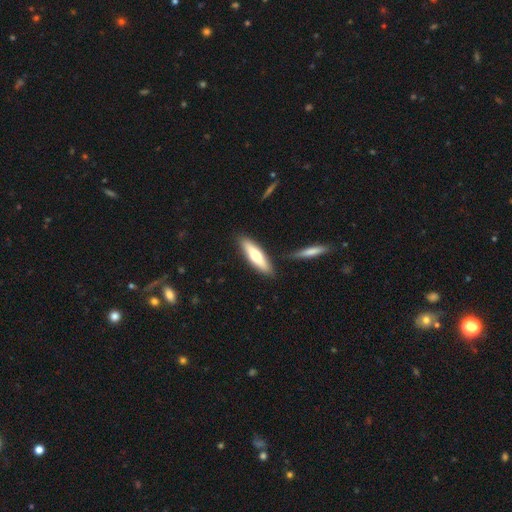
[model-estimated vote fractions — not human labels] This appears to be a smooth galaxy with no disk features (55%) that is cigar-shaped (68%). Merging: none (85%).